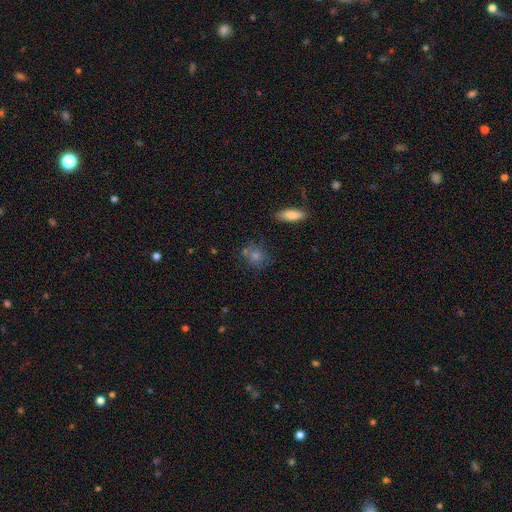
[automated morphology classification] smooth-or-featured: smooth: 65% | star or artifact: 19% | featured or disk: 16%
  how-rounded: round: 76% | in between: 21% | cigar-shaped: 3%
  merging: none: 72% | minor disturbance: 13% | merger: 10% | major disturbance: 4%